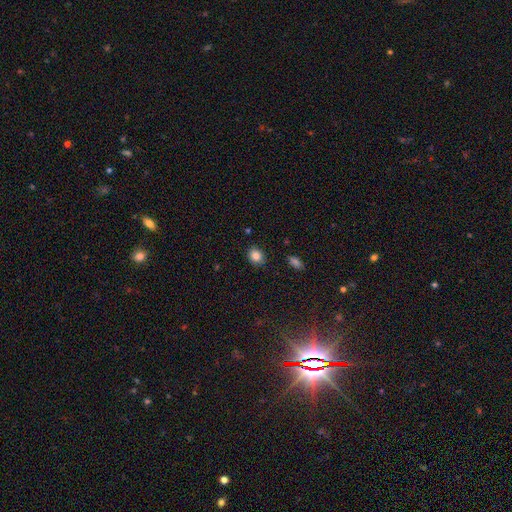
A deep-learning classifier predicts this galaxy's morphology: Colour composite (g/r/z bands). It shows a smooth galaxy with no disk features (84%) that is round (57%). Merging: none (86%).